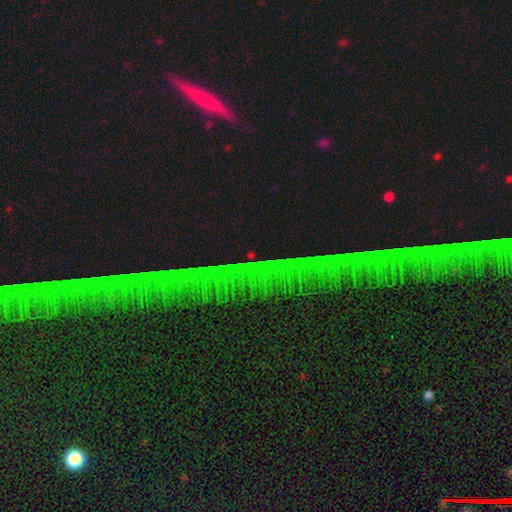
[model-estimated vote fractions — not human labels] A star or artifact, not a galaxy (77%).

Vote fractions:
- Smooth or featured? star or artifact: 77% / featured or disk: 13% / smooth: 10%